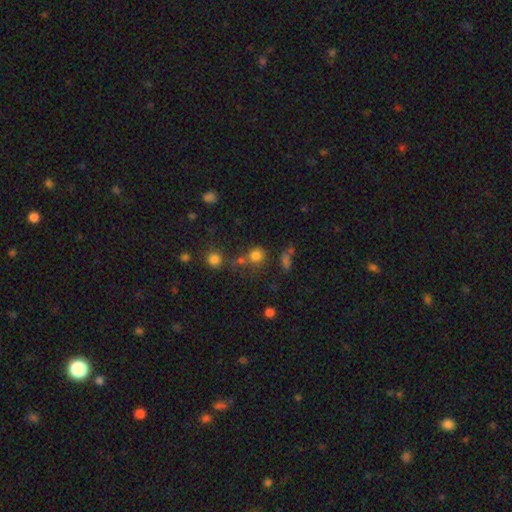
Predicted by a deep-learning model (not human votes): Smooth or featured? Predicted: smooth (p=0.75). How rounded? Predicted: round (p=0.85). Merging? Predicted: none (p=0.63).